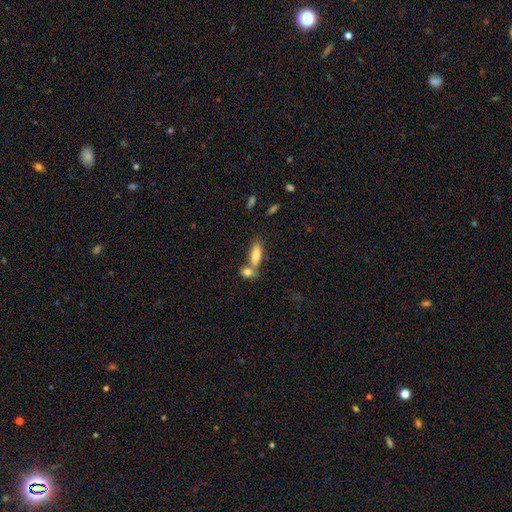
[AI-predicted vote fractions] Q: Smooth or featured?
A: smooth (78%); runner-up: featured or disk (14%)
Q: How rounded?
A: in between (68%); runner-up: cigar-shaped (29%)
Q: Merging?
A: merger (50%); runner-up: none (38%)